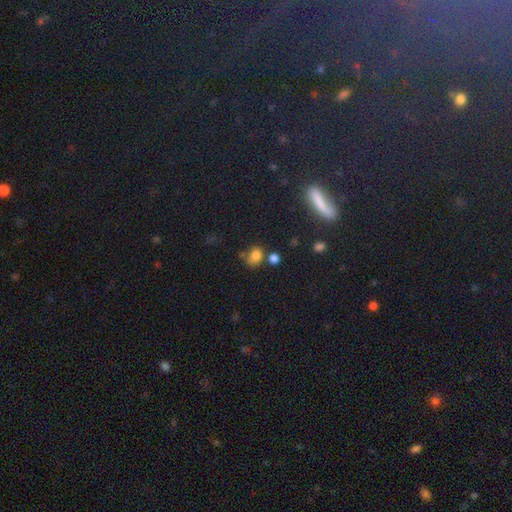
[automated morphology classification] The model was most divided on "how rounded": round: 52%, in between: 47%, cigar-shaped: 2%. More confident: smooth or featured — smooth (78%); merging — none (58%).